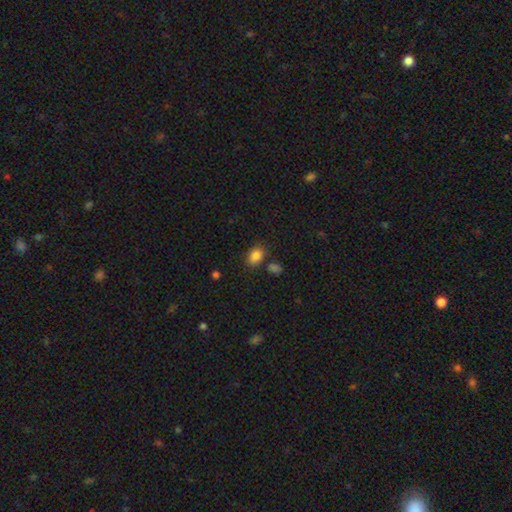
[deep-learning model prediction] Smooth or featured? smooth (83%)
How rounded? in between (68%)
Merging? none (73%)